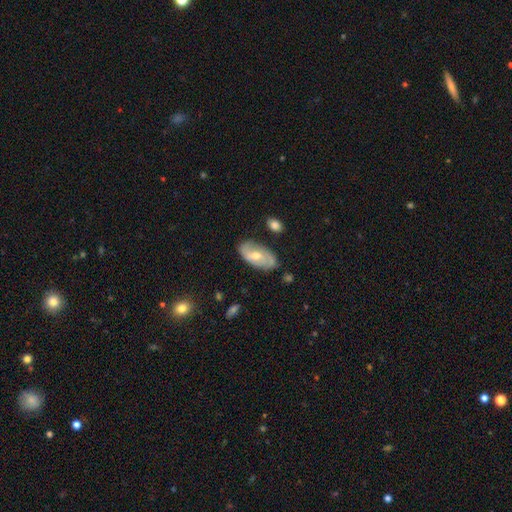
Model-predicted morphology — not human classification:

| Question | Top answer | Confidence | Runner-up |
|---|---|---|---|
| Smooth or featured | featured or disk | 59% | smooth (34%) |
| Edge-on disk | no | 92% | yes (8%) |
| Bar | no | 55% | weak (36%) |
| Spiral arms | yes | 74% | no (26%) |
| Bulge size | moderate | 68% | small (27%) |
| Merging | none | 75% | minor disturbance (19%) |